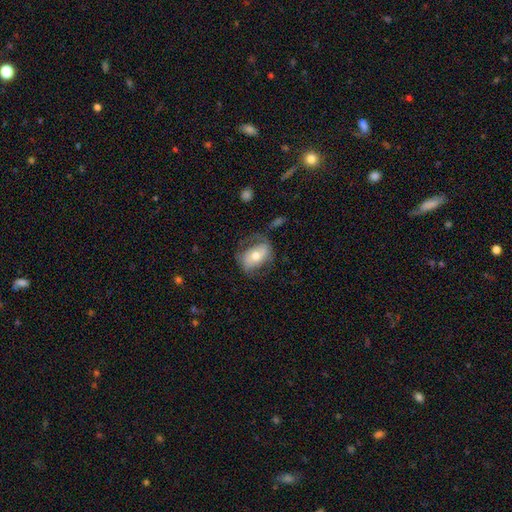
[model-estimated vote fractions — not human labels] Q: Smooth or featured?
A: featured or disk (51%); runner-up: smooth (42%)
Q: Edge-on disk?
A: no (93%); runner-up: yes (7%)
Q: Merging?
A: none (51%); runner-up: minor disturbance (25%)